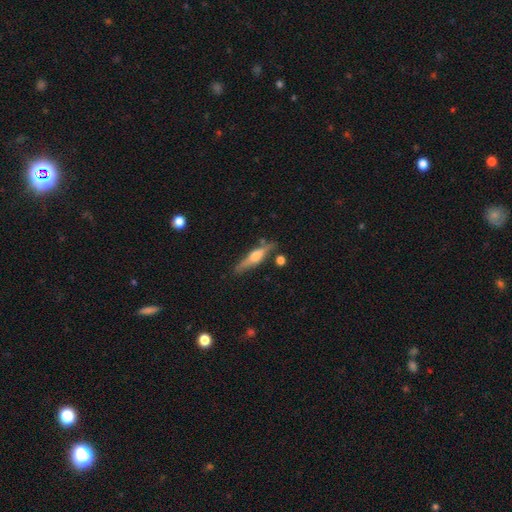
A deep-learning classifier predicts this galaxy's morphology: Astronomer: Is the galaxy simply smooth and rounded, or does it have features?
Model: featured or disk — 66%.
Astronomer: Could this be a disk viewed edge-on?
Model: yes — 96%.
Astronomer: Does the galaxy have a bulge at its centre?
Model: rounded — 90%.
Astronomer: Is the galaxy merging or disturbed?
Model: none — 82%.